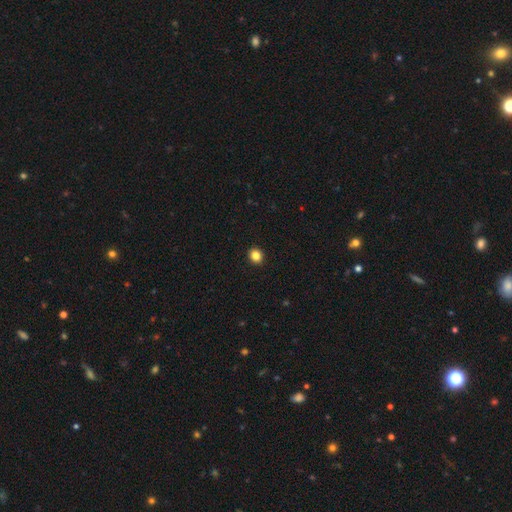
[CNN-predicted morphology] This is clearly a smooth galaxy (85%). How rounded: clearly round (80%). Merging: clearly none (93%).